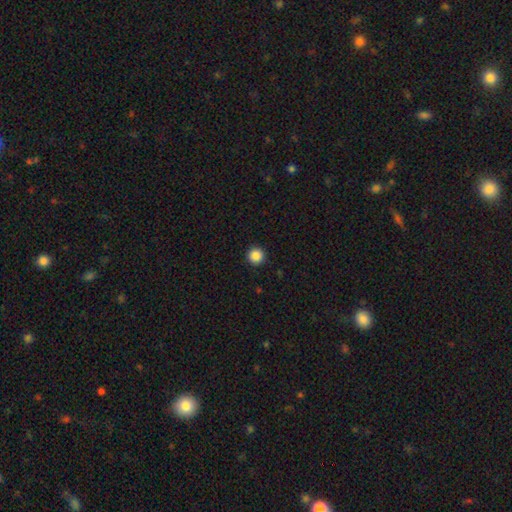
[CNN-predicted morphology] This appears to be a smooth galaxy with no disk features (87%) that is round (97%). Merging: none (93%).